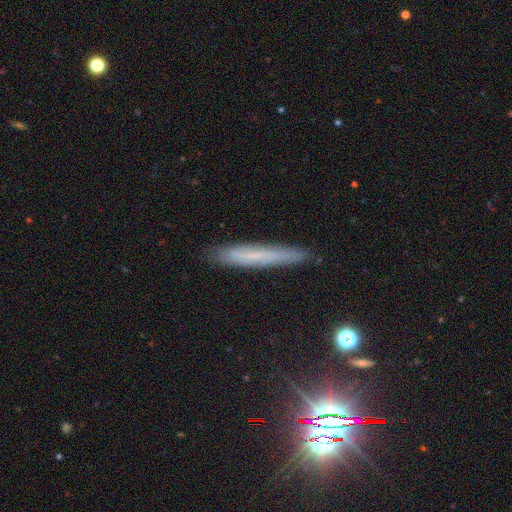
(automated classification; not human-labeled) Morphology: type=smooth (53%); roundness=cigar-shaped (95%); merging=none (85%).